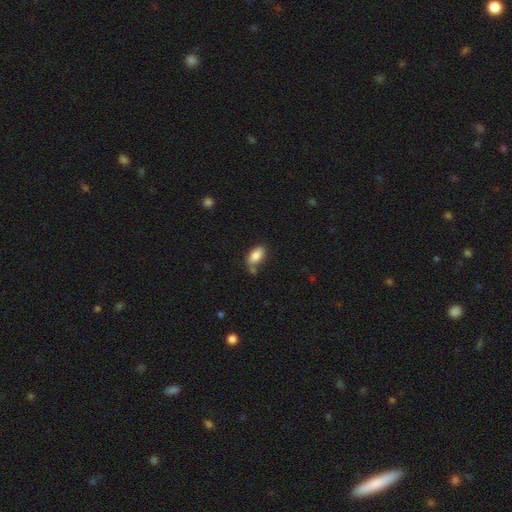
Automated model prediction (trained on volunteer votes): Smooth or featured?
  - smooth: 84% *
  - featured or disk: 8%
  - star or artifact: 8%
How rounded?
  - in between: 91% *
  - cigar-shaped: 6%
  - round: 4%
Merging?
  - none: 60% *
  - minor disturbance: 20%
  - merger: 14%
  - major disturbance: 6%